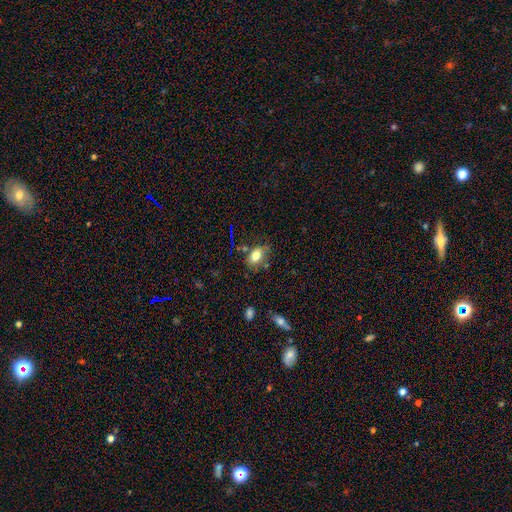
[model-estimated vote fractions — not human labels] This appears to be a smooth galaxy with no disk features (77%) that is in between round and cigar-shaped (85%). Merging: none (66%).